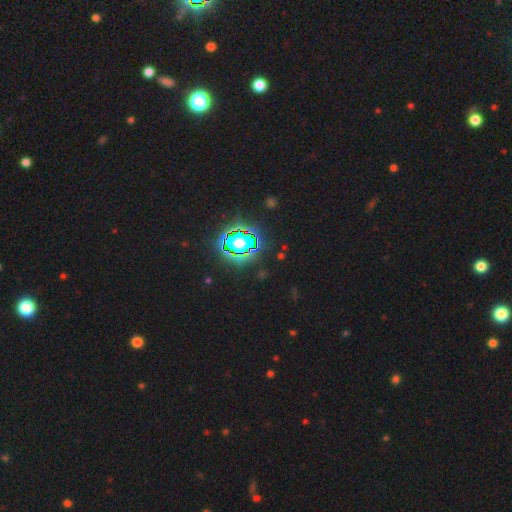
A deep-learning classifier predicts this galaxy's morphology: smooth_or_featured: star or artifact (p=0.85) [alt: smooth p=0.09]